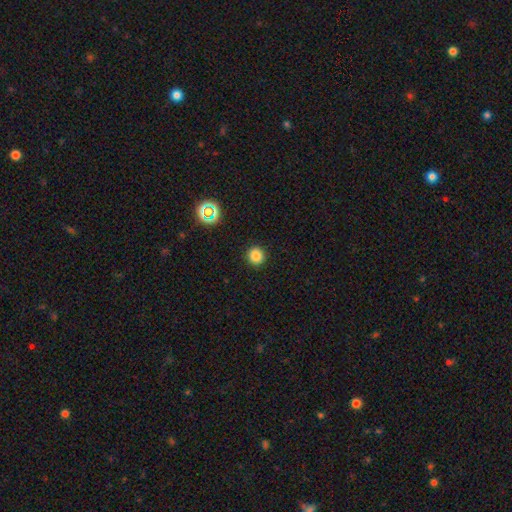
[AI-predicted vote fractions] smooth 83%, star or artifact 14%, featured or disk 4%. Down the decision tree: how rounded — round (94%); merging — none (92%).